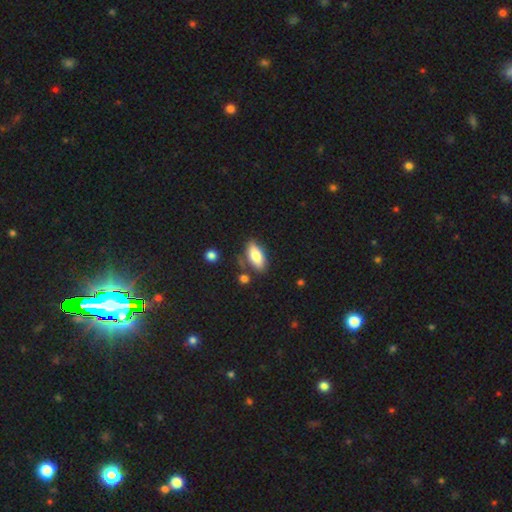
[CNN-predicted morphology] Overall: smooth (79%). How rounded: in between (82%). Merging: none (74%).